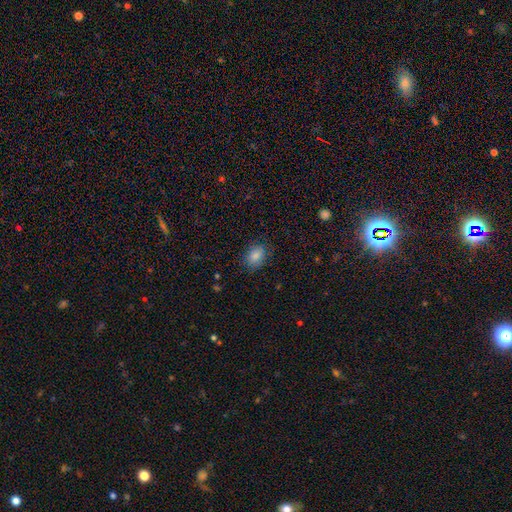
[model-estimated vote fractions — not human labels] This is clearly a smooth galaxy (84%). How rounded: likely in between (77%). Merging: clearly none (81%).